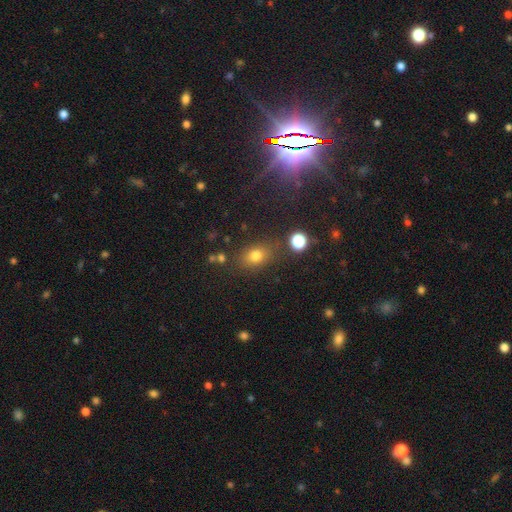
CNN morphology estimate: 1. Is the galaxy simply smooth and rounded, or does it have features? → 74% smooth, 17% star or artifact, 10% featured or disk.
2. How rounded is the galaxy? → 63% in between, 34% round, 2% cigar-shaped.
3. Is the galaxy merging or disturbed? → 77% none, 13% minor disturbance, 5% merger, 5% major disturbance.